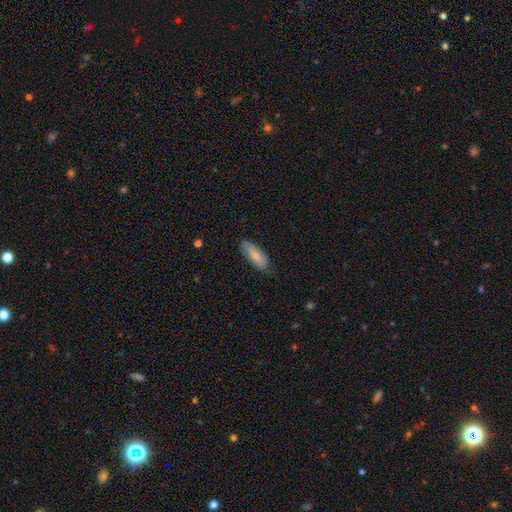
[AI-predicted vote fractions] Smooth or featured?
  - smooth: 74% *
  - featured or disk: 20%
  - star or artifact: 6%
How rounded?
  - in between: 74% *
  - cigar-shaped: 24%
  - round: 2%
Merging?
  - none: 76% *
  - minor disturbance: 19%
  - major disturbance: 3%
  - merger: 1%